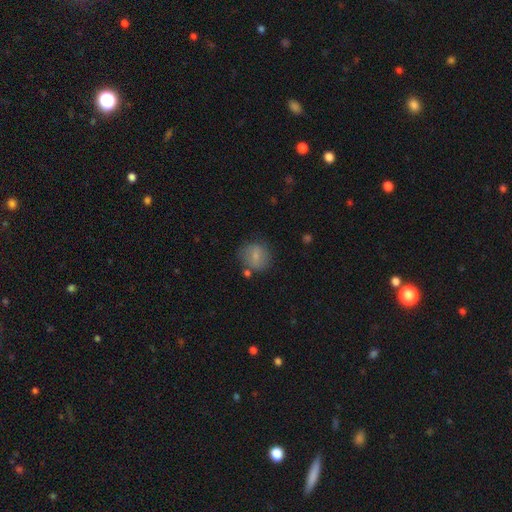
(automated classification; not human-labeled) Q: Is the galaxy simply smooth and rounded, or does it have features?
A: smooth — 73%.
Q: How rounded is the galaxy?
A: round — 81%.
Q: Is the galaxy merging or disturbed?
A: none — 70%.